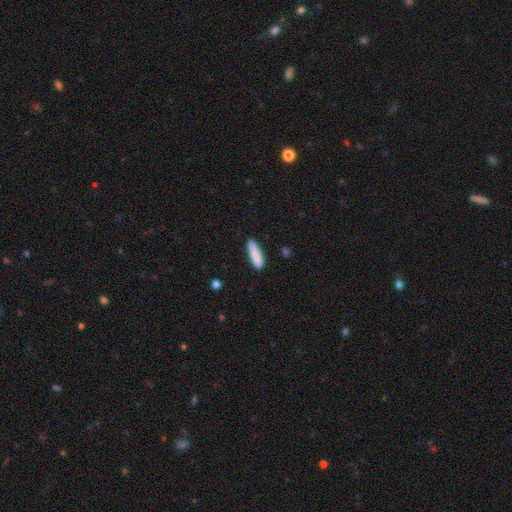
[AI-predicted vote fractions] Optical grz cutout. It shows a smooth galaxy with no disk features (86%) that is cigar-shaped (67%). Merging: none (81%).